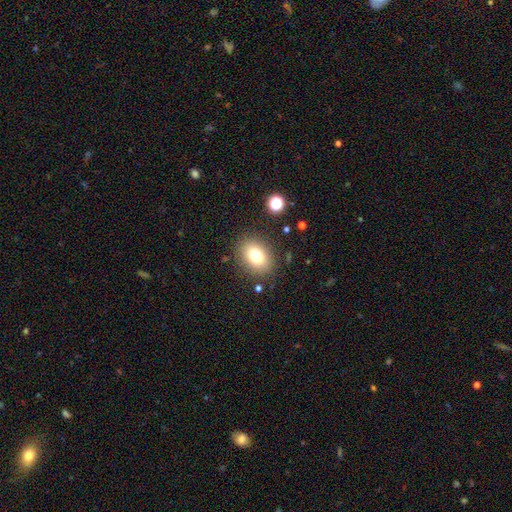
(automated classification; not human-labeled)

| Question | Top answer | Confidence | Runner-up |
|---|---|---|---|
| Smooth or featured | smooth | 78% | featured or disk (11%) |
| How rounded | in between | 68% | round (31%) |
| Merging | none | 85% | minor disturbance (10%) |